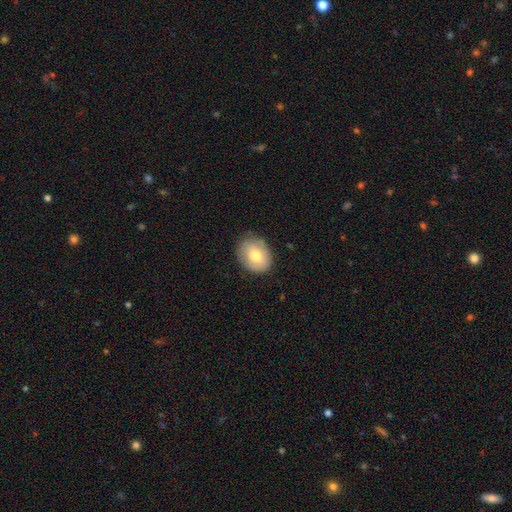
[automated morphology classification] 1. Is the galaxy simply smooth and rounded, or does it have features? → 73% smooth, 20% featured or disk, 7% star or artifact.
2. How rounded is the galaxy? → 55% in between, 44% round, 1% cigar-shaped.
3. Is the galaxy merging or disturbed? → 79% none, 16% minor disturbance, 4% major disturbance, 1% merger.